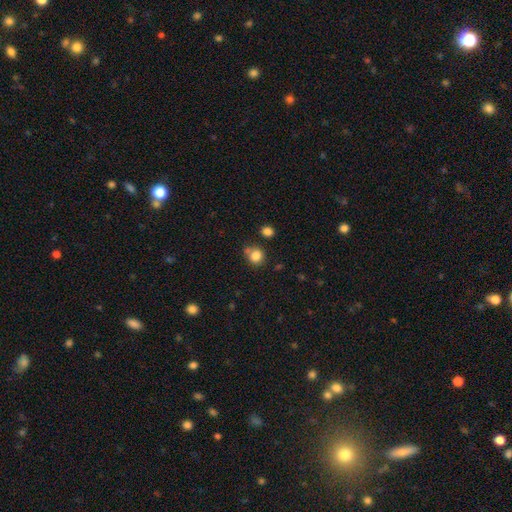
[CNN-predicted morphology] smooth_or_featured: smooth (p=0.83) [alt: star or artifact p=0.11]
how_rounded: round (p=0.83) [alt: in between p=0.16]
merging: none (p=0.66) [alt: merger p=0.15]